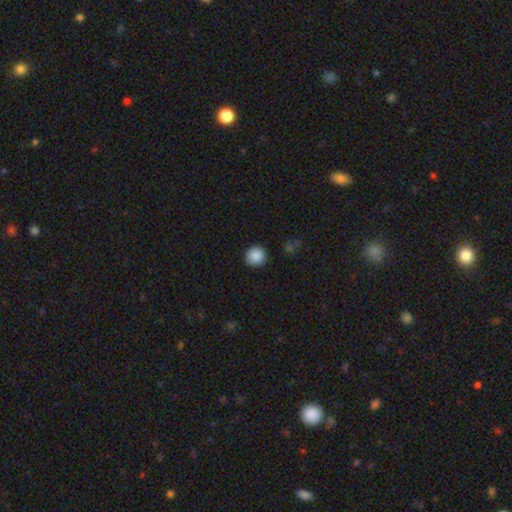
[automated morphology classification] A smooth galaxy with no disk features (88%) that is round (92%). Merging: none (91%).